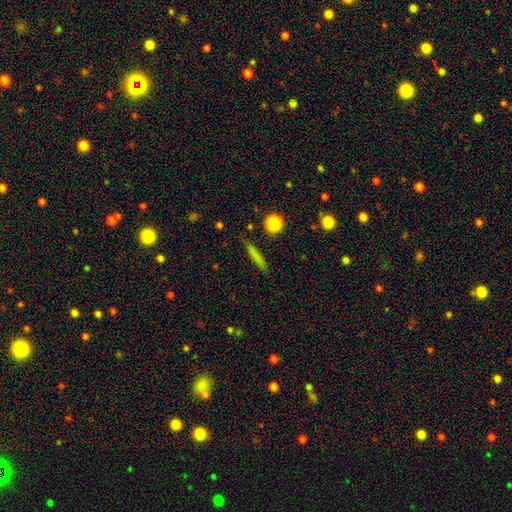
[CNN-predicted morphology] This appears to be a smooth galaxy with no disk features (69%) that is cigar-shaped (89%). Merging: none (83%).